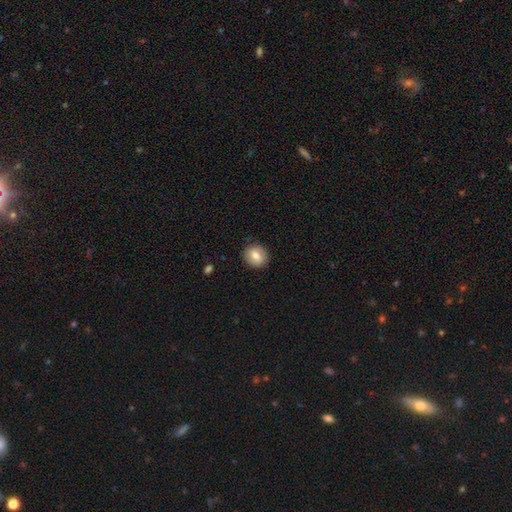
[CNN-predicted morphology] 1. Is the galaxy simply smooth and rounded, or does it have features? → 77% smooth, 15% featured or disk, 8% star or artifact.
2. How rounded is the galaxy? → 74% round, 25% in between, 1% cigar-shaped.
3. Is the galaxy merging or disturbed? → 88% none, 9% minor disturbance, 2% major disturbance, 1% merger.